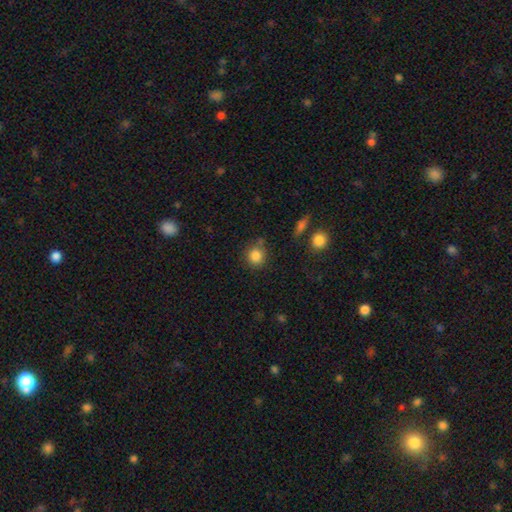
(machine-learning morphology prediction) This is clearly a smooth galaxy (85%). How rounded: clearly round (85%). Merging: likely none (76%).